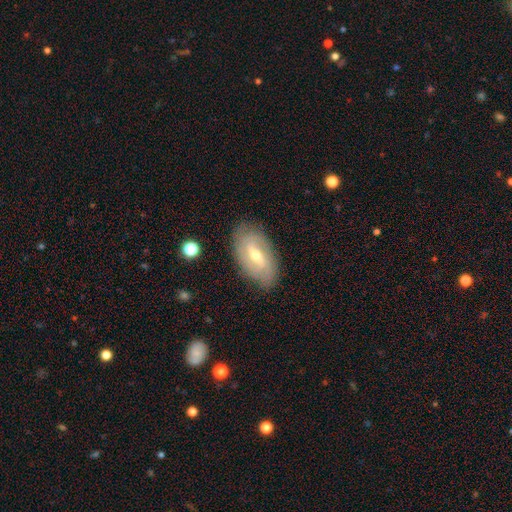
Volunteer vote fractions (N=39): smooth_or_featured: featured or disk (p=0.82) [alt: smooth p=0.18]
disk_edge_on: no (p=0.94) [alt: yes p=0.06]
bar: weak (p=0.50) [alt: strong p=0.43]
has_spiral_arms: yes (p=0.70) [alt: no p=0.30]
spiral_winding: tight (p=0.38) [alt: medium p=0.33]
spiral_arm_count: can't tell (p=0.48) [alt: 2 p=0.43]
bulge_size: small (p=0.57) [alt: moderate p=0.40]
merging: none (p=0.97) [alt: minor disturbance p=0.03]